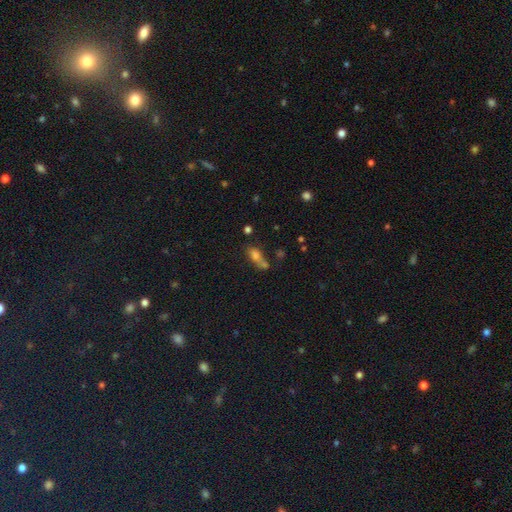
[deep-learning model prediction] Smooth or featured: smooth — 67% (star or artifact — 17%)
How rounded: in between — 68% (cigar-shaped — 19%)
Merging: none — 38% (merger — 36%)